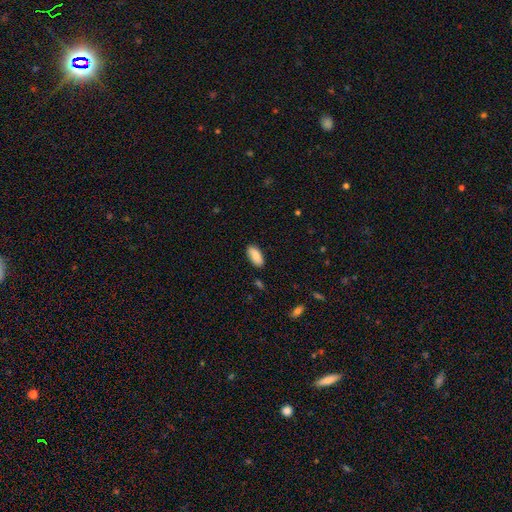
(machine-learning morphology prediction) smooth_or_featured: smooth (p=0.87) [alt: featured or disk p=0.07]
how_rounded: in between (p=0.90) [alt: cigar-shaped p=0.08]
merging: none (p=0.87) [alt: minor disturbance p=0.10]